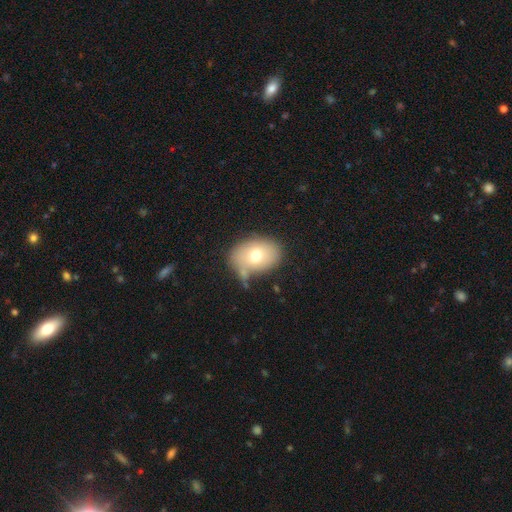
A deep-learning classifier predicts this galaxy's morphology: smooth-or-featured: smooth: 69% | featured or disk: 21% | star or artifact: 9%
  how-rounded: in between: 74% | round: 25% | cigar-shaped: 1%
  merging: none: 64% | minor disturbance: 21% | merger: 9% | major disturbance: 7%